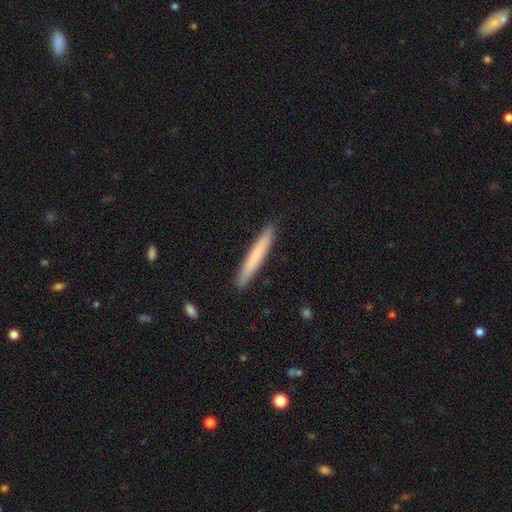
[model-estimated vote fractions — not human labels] Overall: smooth (73%). How rounded: cigar-shaped (96%). Merging: none (91%).